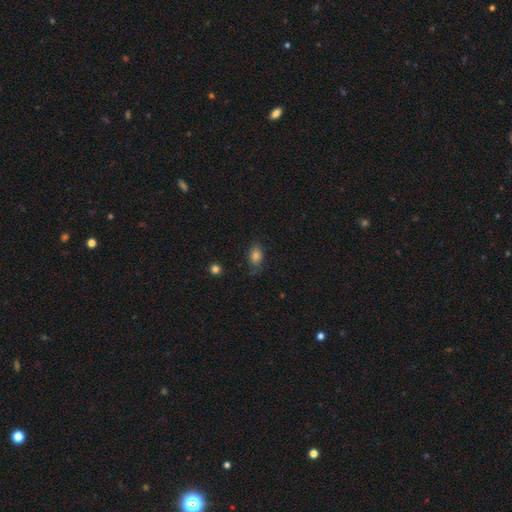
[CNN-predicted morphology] Overall: smooth (80%). How rounded: in between (82%). Merging: none (71%).